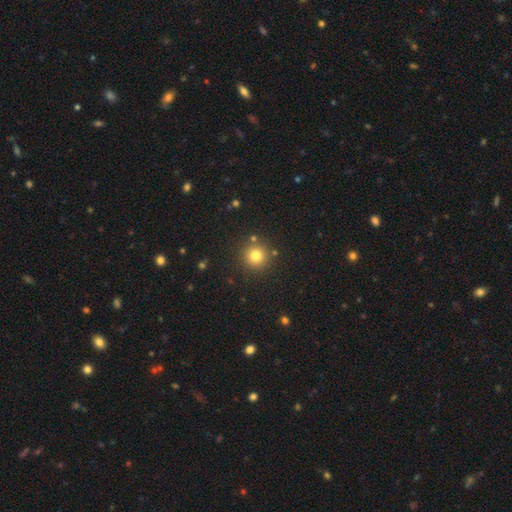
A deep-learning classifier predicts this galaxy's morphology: This is likely a smooth galaxy (79%). How rounded: clearly round (95%). Merging: clearly none (87%).